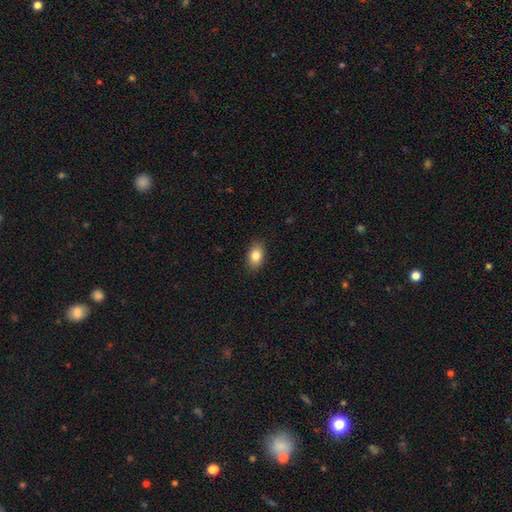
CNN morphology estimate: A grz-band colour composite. It shows a smooth galaxy with no disk features (83%) that is in between round and cigar-shaped (87%). Merging: none (88%).